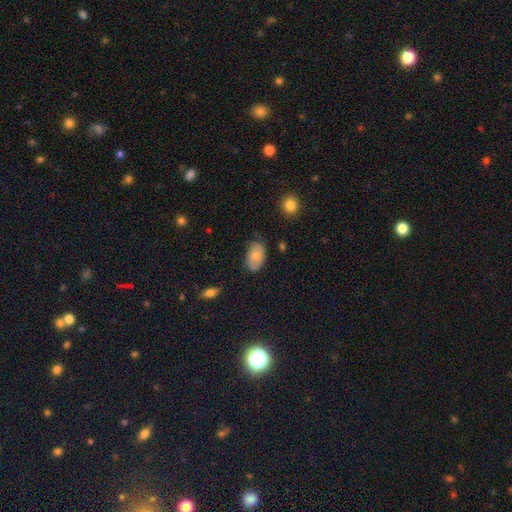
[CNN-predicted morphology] The model was most divided on "merging": none: 67%, minor disturbance: 26%, major disturbance: 5%, merger: 2%. More confident: how rounded — in between (90%); smooth or featured — smooth (71%).